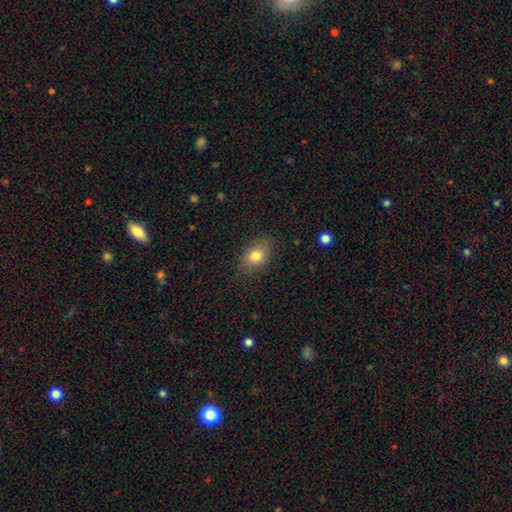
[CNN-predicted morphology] Smooth or featured? smooth (79%)
How rounded? in between (76%)
Merging? none (84%)